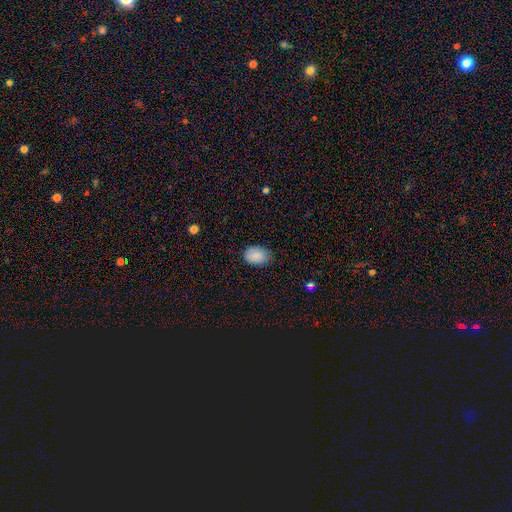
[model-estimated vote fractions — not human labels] Smooth or featured: smooth — 88% (star or artifact — 7%)
How rounded: in between — 81% (round — 18%)
Merging: none — 74% (minor disturbance — 21%)